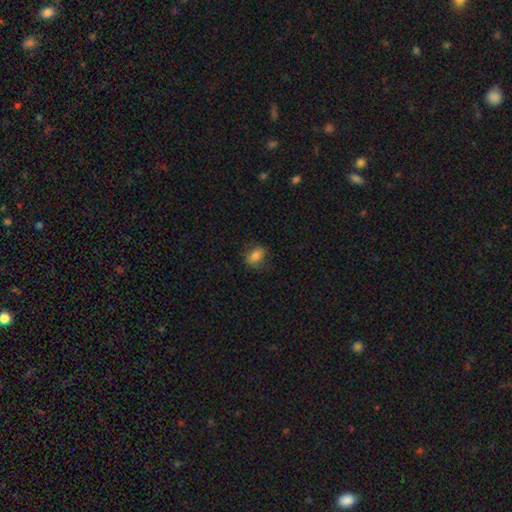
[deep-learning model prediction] This appears to be a smooth galaxy with no disk features (80%) that is in between round and cigar-shaped (71%). Merging: none (73%).